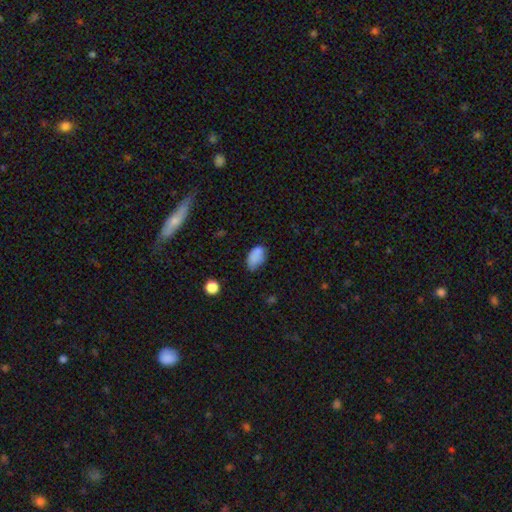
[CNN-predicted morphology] The model was most divided on "merging": none: 47%, minor disturbance: 36%, major disturbance: 12%, merger: 4%. More confident: how rounded — in between (90%); smooth or featured — smooth (81%).